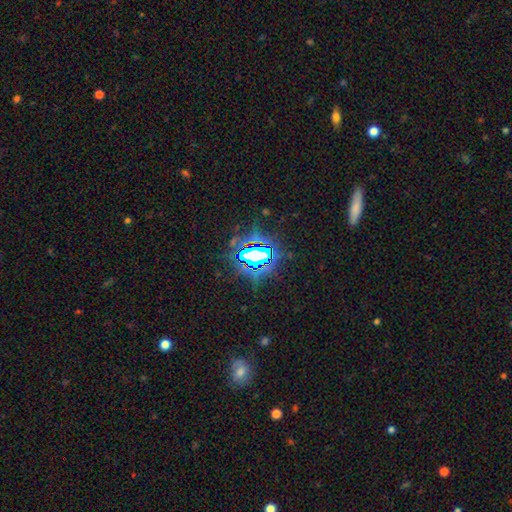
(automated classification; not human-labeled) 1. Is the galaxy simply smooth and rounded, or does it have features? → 76% star or artifact, 13% smooth, 11% featured or disk.